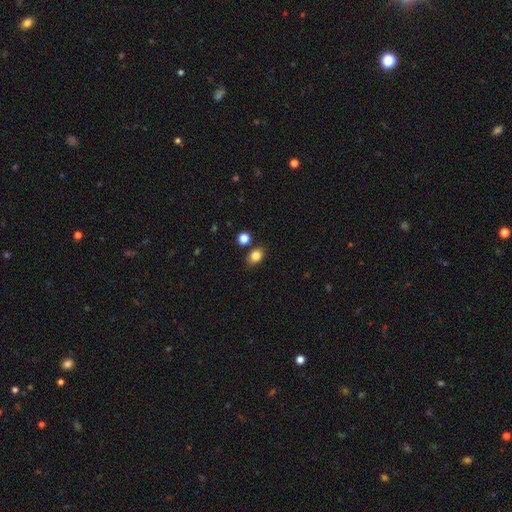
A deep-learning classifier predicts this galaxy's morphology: The model was most divided on "how rounded": in between: 58%, round: 41%, cigar-shaped: 1%. More confident: smooth or featured — smooth (83%); merging — none (77%).